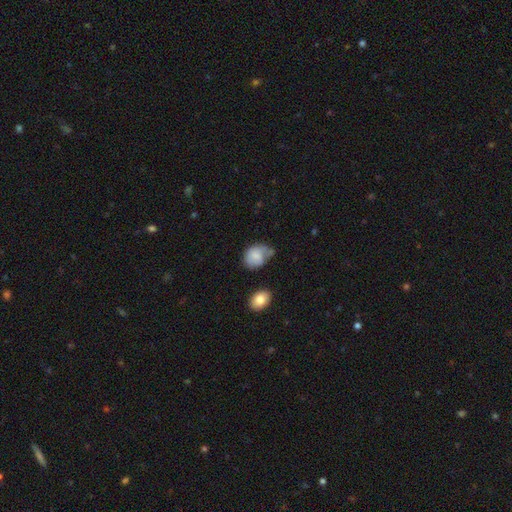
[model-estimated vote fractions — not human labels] smooth_or_featured: smooth (p=0.72) [alt: featured or disk p=0.20]
how_rounded: in between (p=0.55) [alt: round p=0.45]
merging: minor disturbance (p=0.39) [alt: none p=0.34]